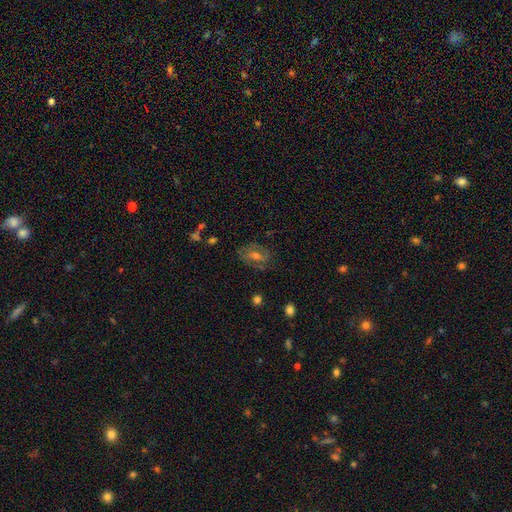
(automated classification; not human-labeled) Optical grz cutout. It shows a featured or disk galaxy (57%) with no bar (44%), spiral arms (70%) and a moderate central bulge (59%). Merging: none (74%).